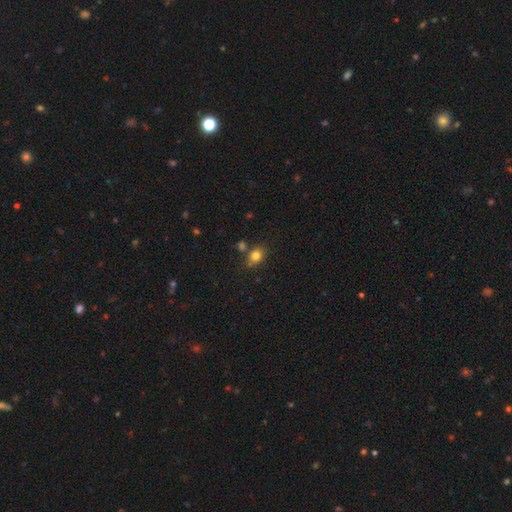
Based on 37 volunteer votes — Smooth or featured: smooth — 86% (featured or disk — 8%)
How rounded: in between — 59% (round — 41%)
Merging: none — 77% (merger — 11%)